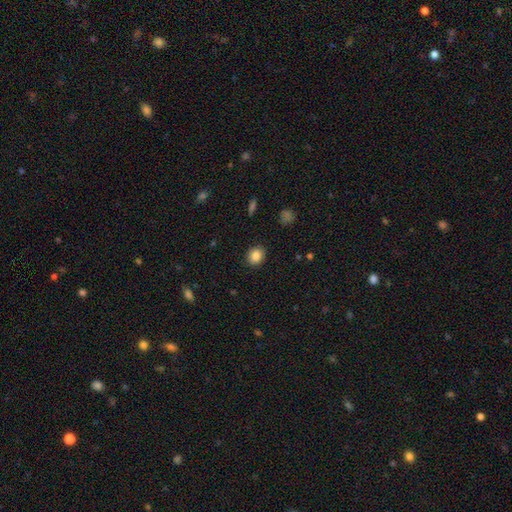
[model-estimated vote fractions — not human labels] Morphology: type=smooth (86%); roundness=round (66%); merging=none (89%).